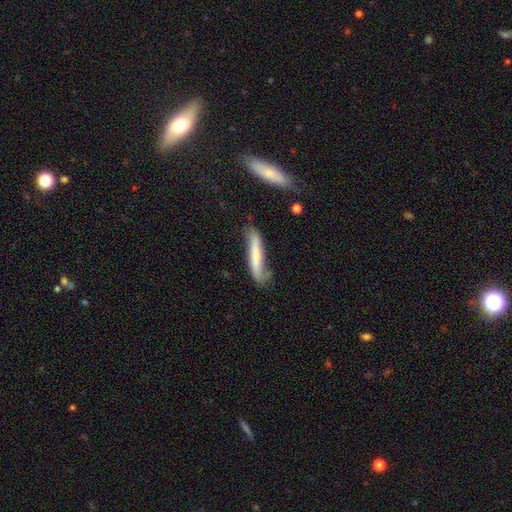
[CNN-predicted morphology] Overall: smooth (61%; featured or disk 33%). How rounded: cigar-shaped (89%). Merging: none (52%; minor disturbance 30%).